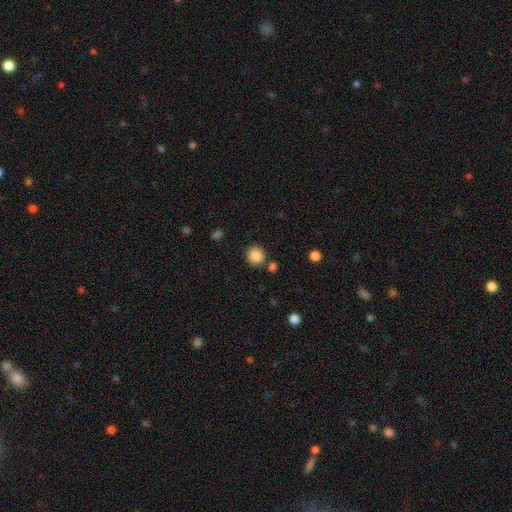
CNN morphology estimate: This appears to be a smooth galaxy with no disk features (87%) that is round (90%). Merging: none (81%).